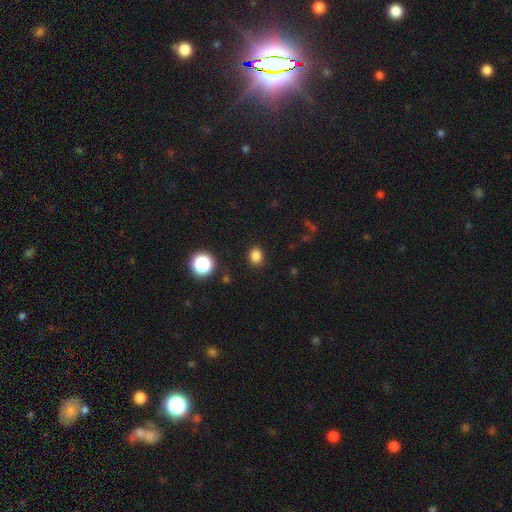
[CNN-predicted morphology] This is clearly a smooth galaxy (83%). How rounded: likely round (68%). Merging: clearly none (88%).